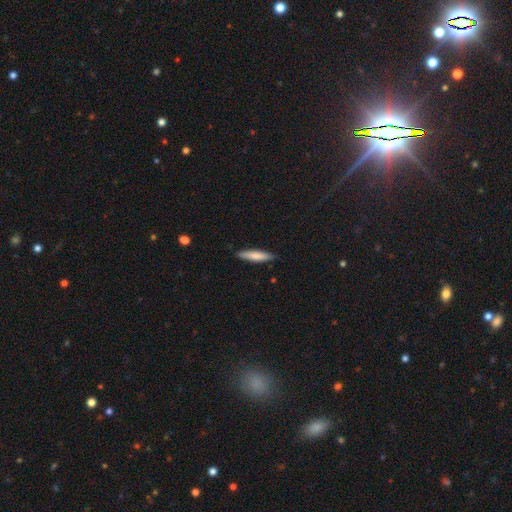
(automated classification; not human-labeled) Smooth or featured?
  - smooth: 75% *
  - featured or disk: 19%
  - star or artifact: 6%
How rounded?
  - cigar-shaped: 83% *
  - in between: 16%
  - round: 1%
Merging?
  - none: 87% *
  - minor disturbance: 10%
  - major disturbance: 2%
  - merger: 1%